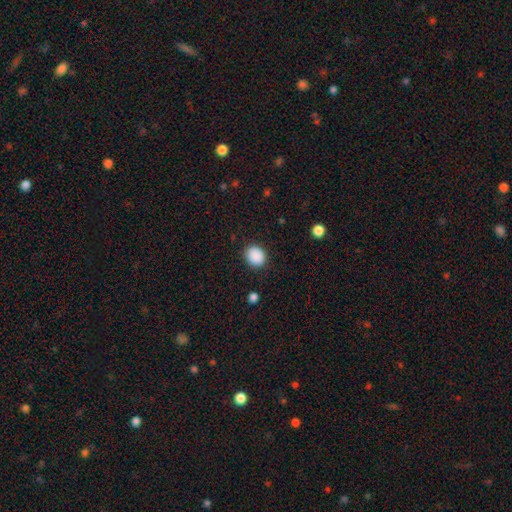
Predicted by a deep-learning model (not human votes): Q: Smooth or featured?
A: smooth (89%); runner-up: star or artifact (8%)
Q: How rounded?
A: round (67%); runner-up: in between (32%)
Q: Merging?
A: none (88%); runner-up: minor disturbance (8%)